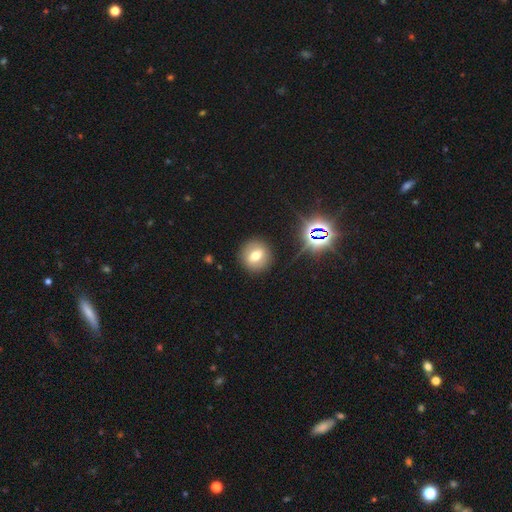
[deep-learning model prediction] smooth 60%, featured or disk 23%, star or artifact 17%. Down the decision tree: how rounded — round (85%); merging — none (89%).